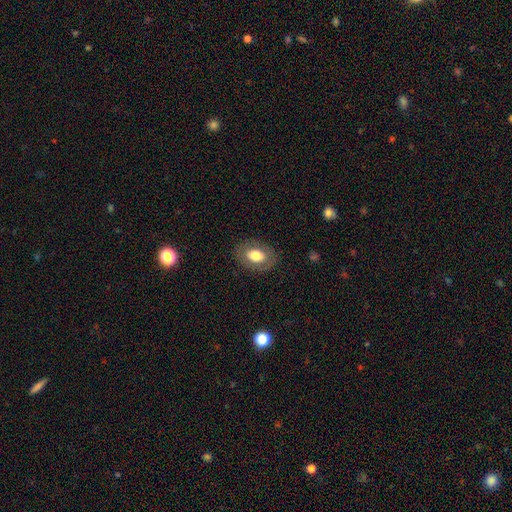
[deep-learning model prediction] The model was most divided on "smooth or featured": smooth: 71%, featured or disk: 22%, star or artifact: 7%. More confident: merging — none (84%); how rounded — in between (83%).